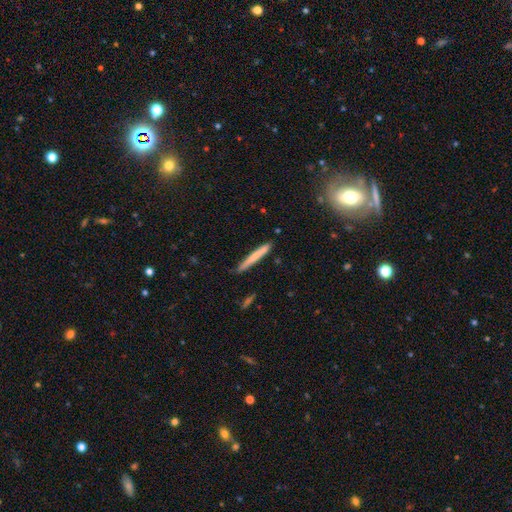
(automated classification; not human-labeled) Smooth or featured: smooth — 71% (featured or disk — 23%)
How rounded: cigar-shaped — 97% (in between — 2%)
Merging: none — 89% (minor disturbance — 8%)